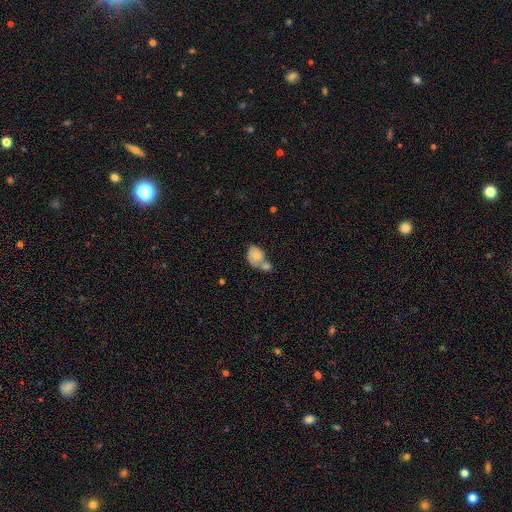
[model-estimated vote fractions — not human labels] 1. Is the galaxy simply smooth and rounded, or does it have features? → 70% smooth, 22% featured or disk, 8% star or artifact.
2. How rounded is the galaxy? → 61% in between, 37% round, 1% cigar-shaped.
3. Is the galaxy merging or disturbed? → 59% merger, 23% none, 12% minor disturbance, 6% major disturbance.